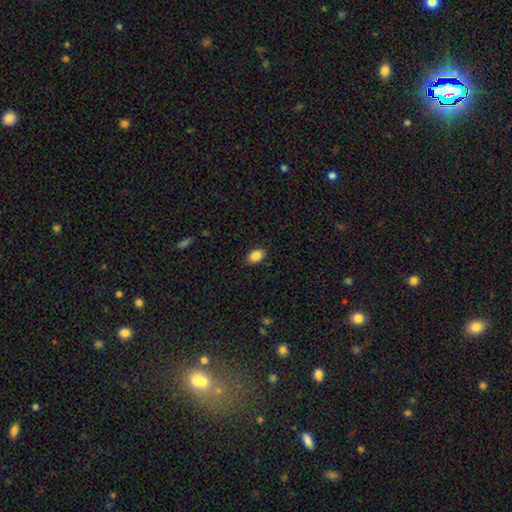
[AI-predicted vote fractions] Q: Smooth or featured?
A: smooth (88%); runner-up: star or artifact (8%)
Q: How rounded?
A: in between (87%); runner-up: round (12%)
Q: Merging?
A: none (87%); runner-up: minor disturbance (10%)